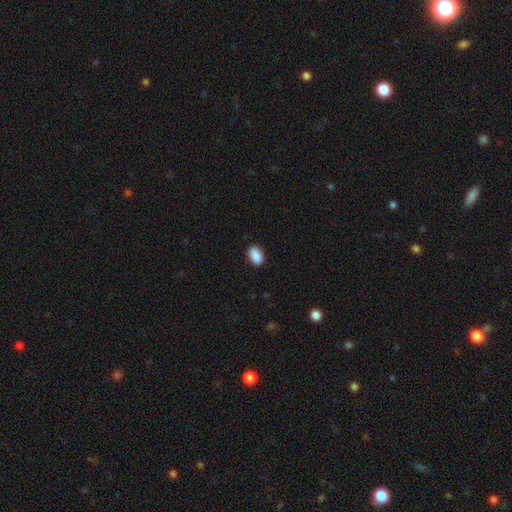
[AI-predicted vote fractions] Smooth or featured?
  - smooth: 91% *
  - star or artifact: 7%
  - featured or disk: 3%
How rounded?
  - in between: 93% *
  - round: 6%
  - cigar-shaped: 2%
Merging?
  - none: 89% *
  - minor disturbance: 8%
  - major disturbance: 2%
  - merger: 1%